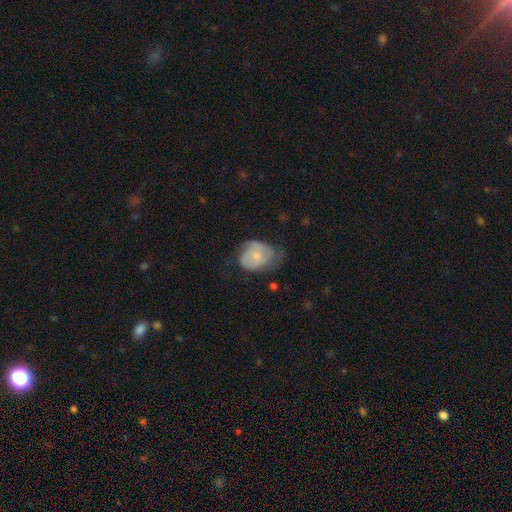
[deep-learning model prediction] The model was most divided on "smooth or featured": smooth: 47%, featured or disk: 46%, star or artifact: 7%. Remaining: merging — minor disturbance (38%).